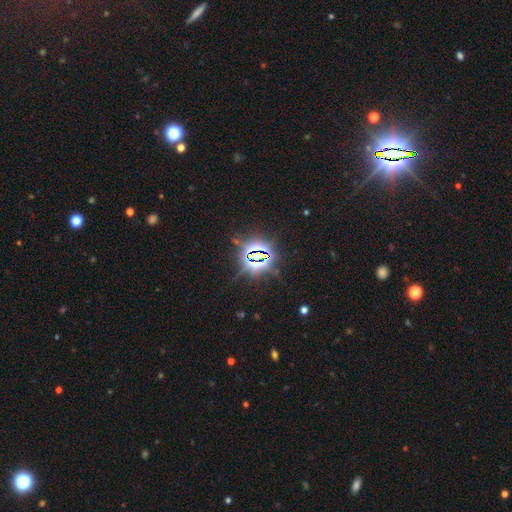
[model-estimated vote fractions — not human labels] Overall: star or artifact (83%).